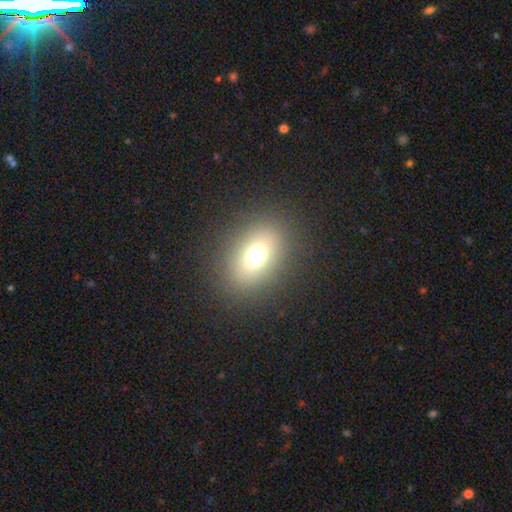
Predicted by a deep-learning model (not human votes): smooth_or_featured: smooth (p=0.66) [alt: star or artifact p=0.20]
how_rounded: in between (p=0.55) [alt: round p=0.43]
merging: none (p=0.86) [alt: minor disturbance p=0.08]